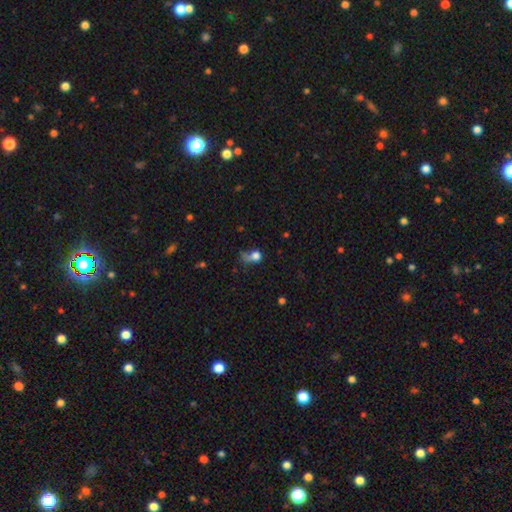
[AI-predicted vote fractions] This appears to be a smooth galaxy with no disk features (68%) that is round (62%). Merging: major disturbance (38%).